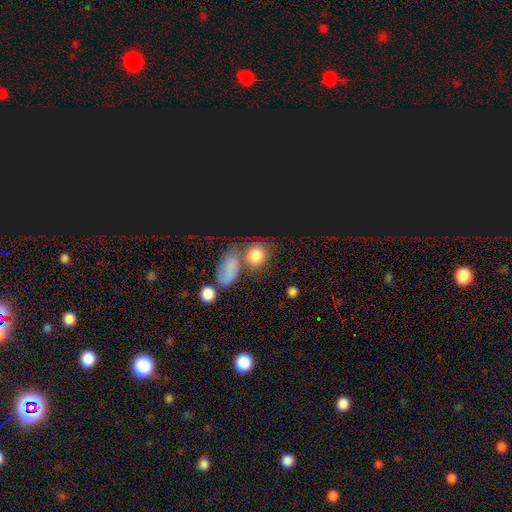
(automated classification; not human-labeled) smooth 73%, star or artifact 17%, featured or disk 10%. Down the decision tree: how rounded — round (69%); merging — none (54%).